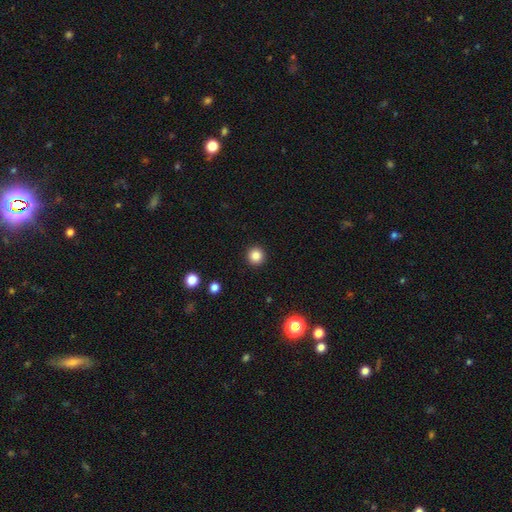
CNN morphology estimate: smooth-or-featured: smooth: 85% | star or artifact: 11% | featured or disk: 4%
  how-rounded: round: 95% | in between: 4% | cigar-shaped: 1%
  merging: none: 93% | minor disturbance: 4% | major disturbance: 2% | merger: 1%